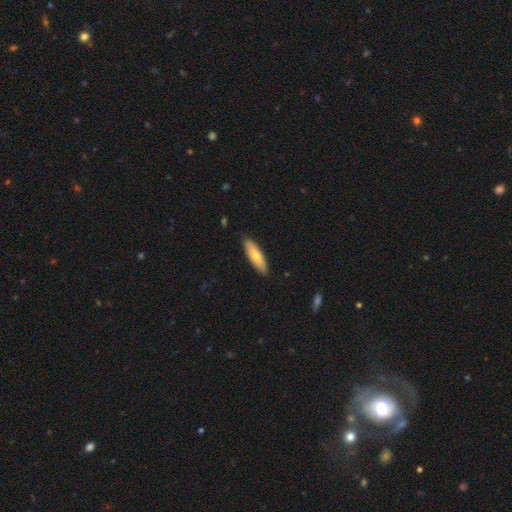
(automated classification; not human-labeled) Smooth or featured?
  - smooth: 71% *
  - featured or disk: 24%
  - star or artifact: 5%
How rounded?
  - cigar-shaped: 57% *
  - in between: 41%
  - round: 2%
Merging?
  - none: 88% *
  - minor disturbance: 10%
  - major disturbance: 2%
  - merger: 1%